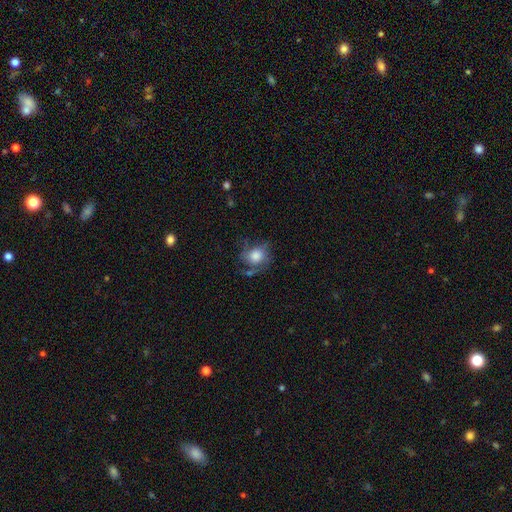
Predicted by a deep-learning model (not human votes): Smooth or featured?
  - smooth: 59% *
  - featured or disk: 32%
  - star or artifact: 9%
How rounded?
  - round: 68% *
  - in between: 30%
  - cigar-shaped: 1%
Merging?
  - none: 46% *
  - minor disturbance: 26%
  - major disturbance: 23%
  - merger: 5%